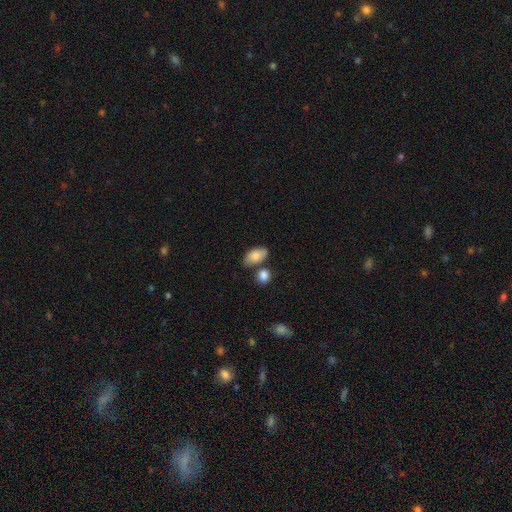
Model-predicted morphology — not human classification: smooth 80%, featured or disk 13%, star or artifact 7%. Down the decision tree: how rounded — in between (91%); merging — none (60%).